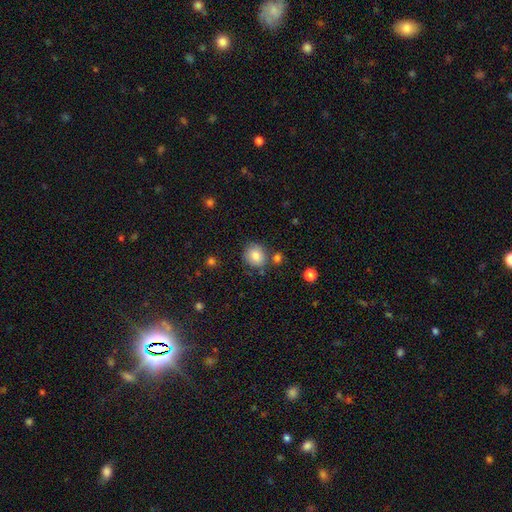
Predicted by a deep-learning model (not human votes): smooth_or_featured: smooth (p=0.82) [alt: star or artifact p=0.09]
how_rounded: round (p=0.77) [alt: in between p=0.22]
merging: none (p=0.74) [alt: minor disturbance p=0.13]